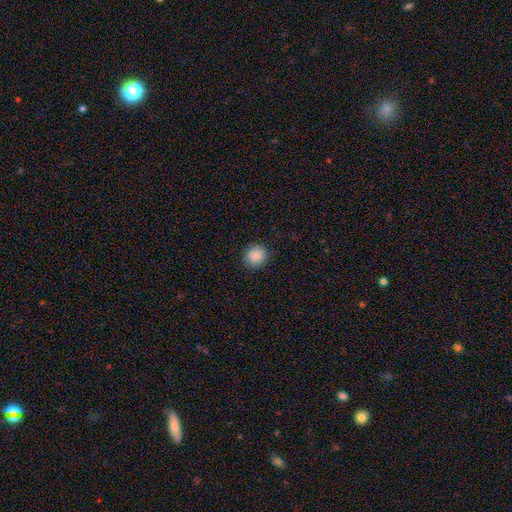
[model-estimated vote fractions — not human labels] Smooth or featured? smooth (88%)
How rounded? round (86%)
Merging? none (90%)